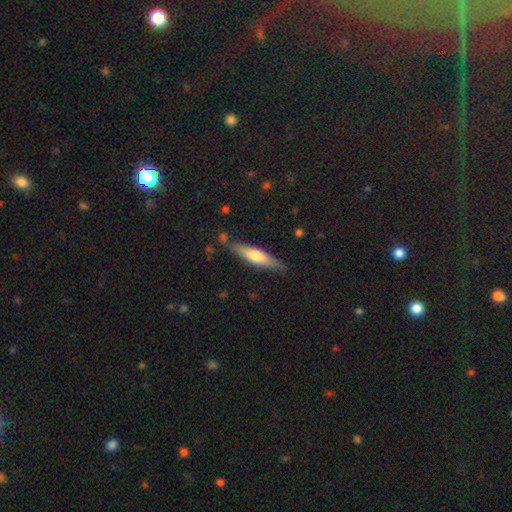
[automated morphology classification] This appears to be a smooth galaxy with no disk features (61%) that is cigar-shaped (76%). Merging: none (81%).